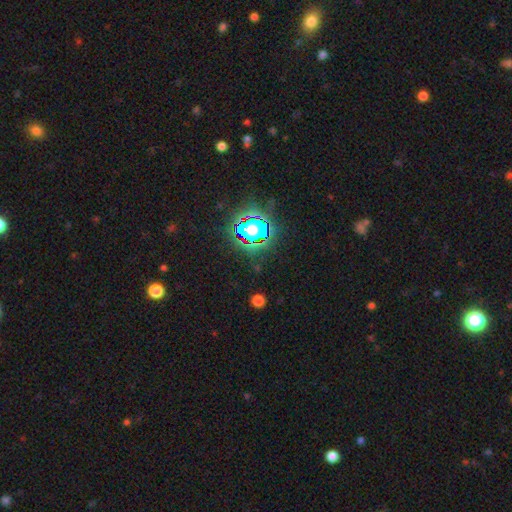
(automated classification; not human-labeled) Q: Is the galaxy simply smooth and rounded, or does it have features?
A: star or artifact — 79%.